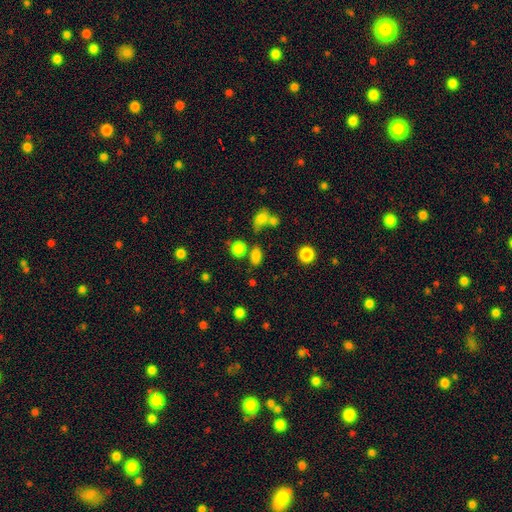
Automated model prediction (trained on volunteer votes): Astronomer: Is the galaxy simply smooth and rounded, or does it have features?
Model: smooth — 81%.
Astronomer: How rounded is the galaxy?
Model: in between — 68%.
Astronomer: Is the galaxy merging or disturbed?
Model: none — 69%.